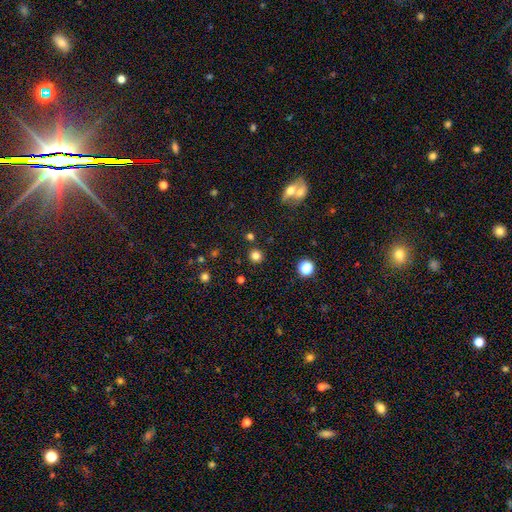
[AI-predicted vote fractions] A smooth galaxy with no disk features (79%) that is round (94%). Merging: none (88%).